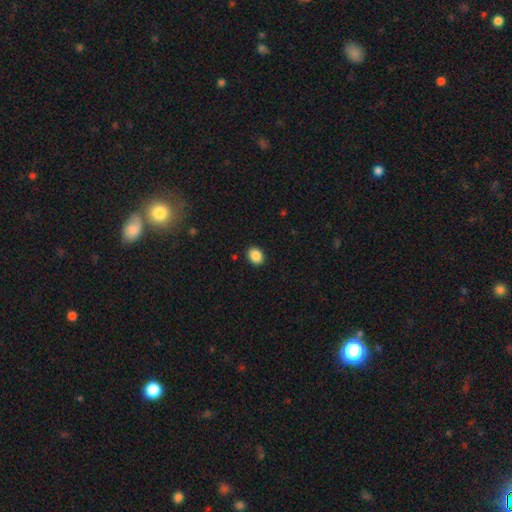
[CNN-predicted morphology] Overall: smooth (88%). How rounded: in between (54%; round 45%). Merging: none (91%).